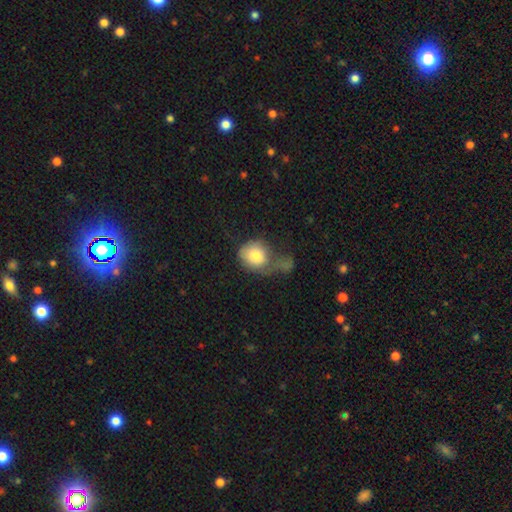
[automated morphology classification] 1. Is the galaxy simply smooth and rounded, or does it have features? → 78% smooth, 14% featured or disk, 8% star or artifact.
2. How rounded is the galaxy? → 76% round, 23% in between, 1% cigar-shaped.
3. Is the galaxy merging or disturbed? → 34% major disturbance, 24% none, 22% merger, 20% minor disturbance.